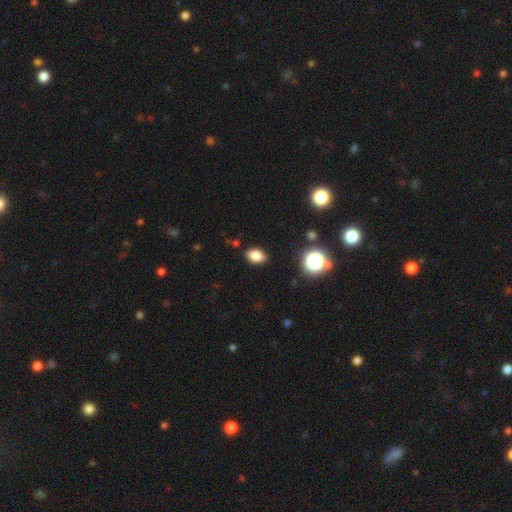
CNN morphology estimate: Smooth or featured? smooth (82%)
How rounded? in between (84%)
Merging? none (86%)